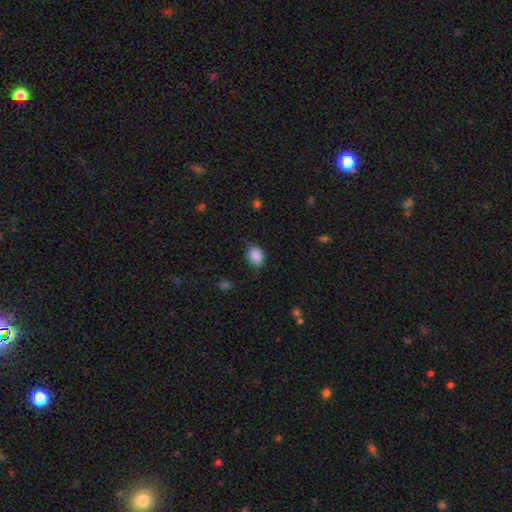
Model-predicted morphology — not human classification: smooth 88%, star or artifact 8%, featured or disk 4%. Down the decision tree: how rounded — in between (58%); merging — none (74%).